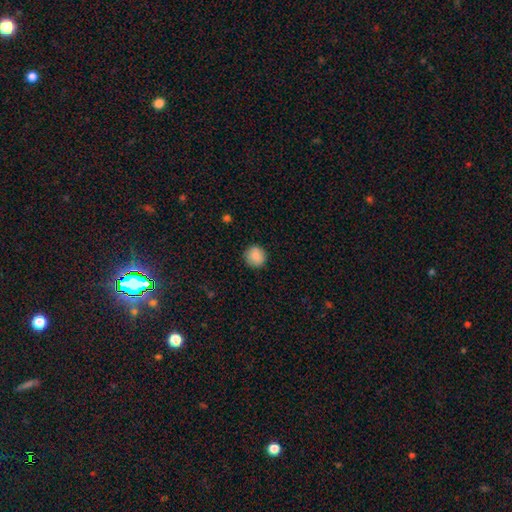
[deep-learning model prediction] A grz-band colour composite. It shows a smooth galaxy with no disk features (88%) that is round (90%). Merging: none (89%).